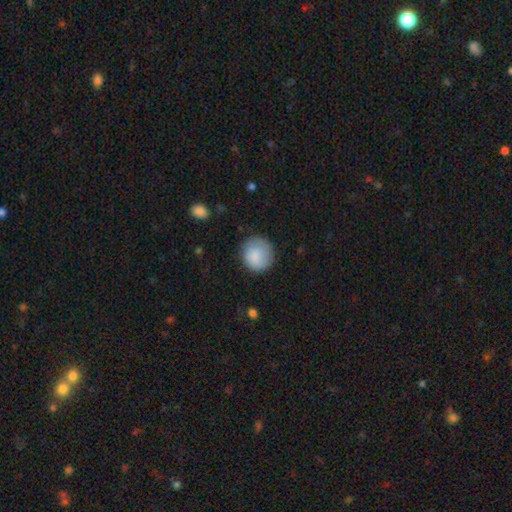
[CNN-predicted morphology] The model was most divided on "merging": none: 80%, minor disturbance: 15%, major disturbance: 4%, merger: 1%. More confident: how rounded — round (90%); smooth or featured — smooth (86%).